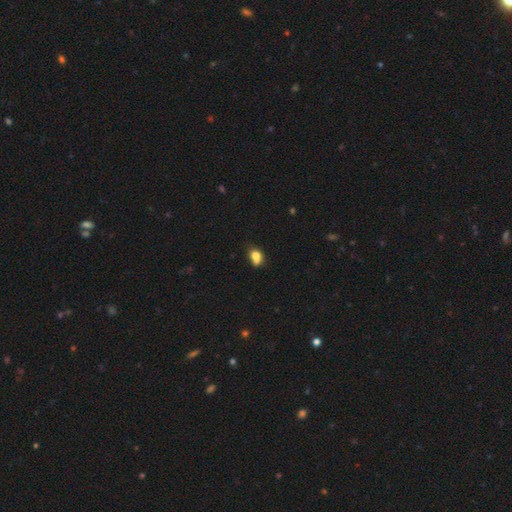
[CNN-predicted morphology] smooth 76%, featured or disk 12%, star or artifact 11%. Down the decision tree: how rounded — in between (62%); merging — none (39%).